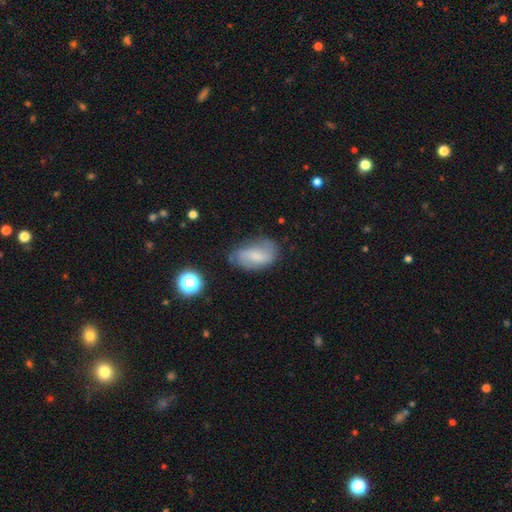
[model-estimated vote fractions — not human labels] smooth 52%, featured or disk 38%, star or artifact 10%. Down the decision tree: how rounded — in between (90%); merging — none (60%).